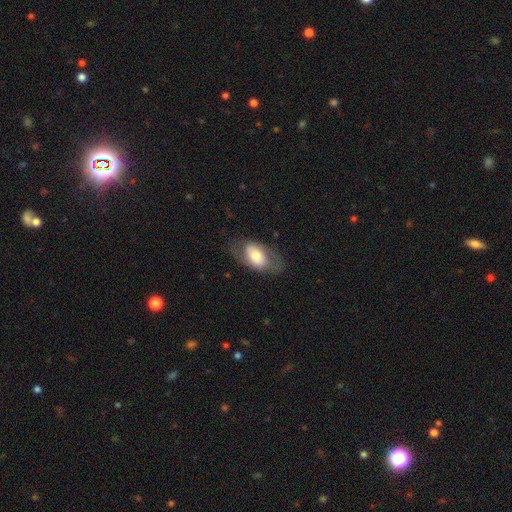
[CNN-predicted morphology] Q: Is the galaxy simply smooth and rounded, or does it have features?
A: smooth — 53%.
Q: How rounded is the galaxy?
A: in between — 90%.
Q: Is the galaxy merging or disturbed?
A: none — 68%.